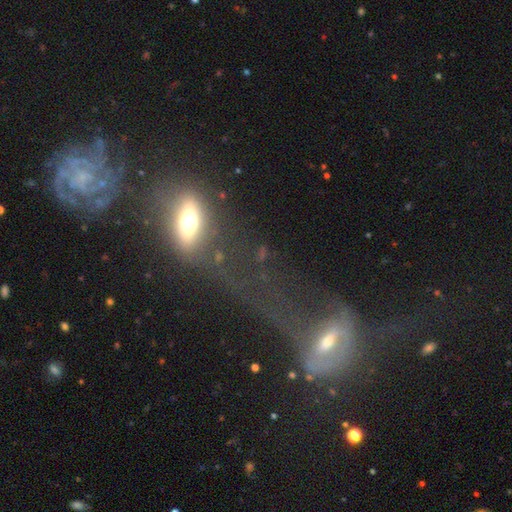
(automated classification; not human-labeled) smooth-or-featured: featured or disk: 41% | smooth: 36% | star or artifact: 23%
  merging: merger: 38% | major disturbance: 36% | none: 16% | minor disturbance: 11%